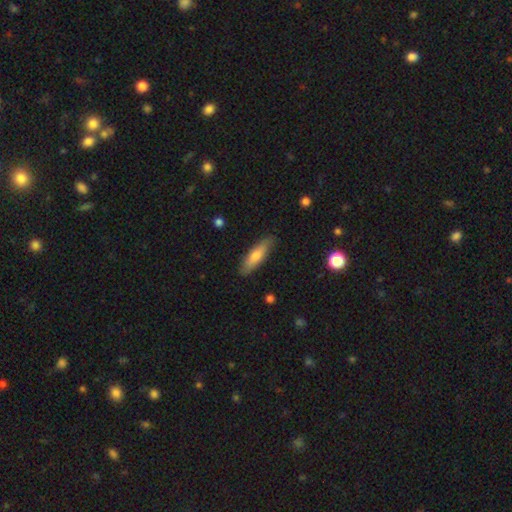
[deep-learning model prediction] smooth-or-featured: smooth: 68% | featured or disk: 26% | star or artifact: 6%
  how-rounded: cigar-shaped: 64% | in between: 34% | round: 2%
  merging: none: 86% | minor disturbance: 11% | major disturbance: 2% | merger: 1%